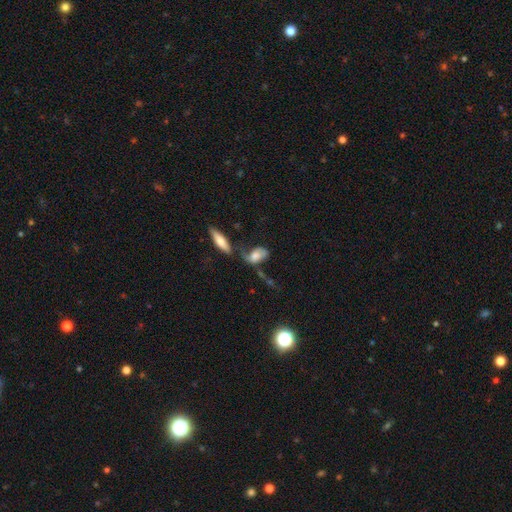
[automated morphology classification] Smooth or featured? Predicted: smooth (p=0.50). How rounded? Predicted: in between (p=0.86). Merging? Predicted: none (p=0.32).